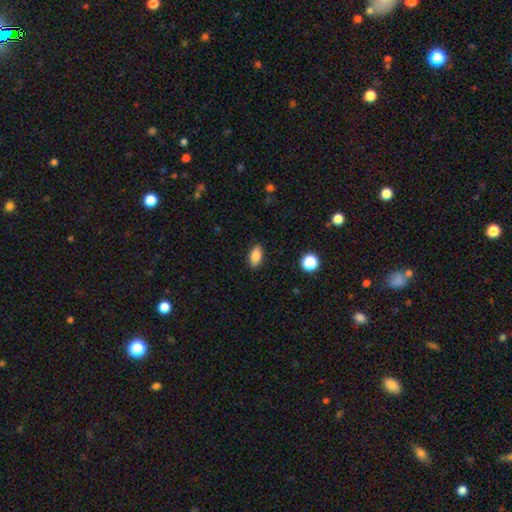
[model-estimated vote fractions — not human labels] A smooth galaxy with no disk features (85%) that is in between round and cigar-shaped (88%).

Vote fractions:
- Smooth or featured? smooth: 85% / star or artifact: 8% / featured or disk: 7%
- How rounded? in between: 88% / cigar-shaped: 7% / round: 5%
- Merging? none: 88% / minor disturbance: 9% / major disturbance: 2% / merger: 1%